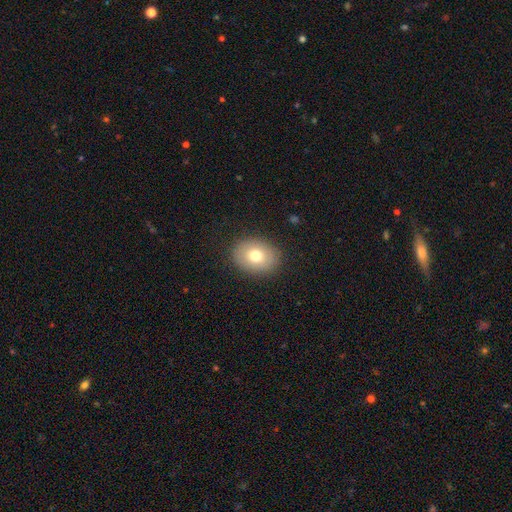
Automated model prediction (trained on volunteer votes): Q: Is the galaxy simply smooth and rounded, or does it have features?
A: smooth — 74%.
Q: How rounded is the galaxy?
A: in between — 59%.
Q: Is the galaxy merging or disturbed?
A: none — 88%.